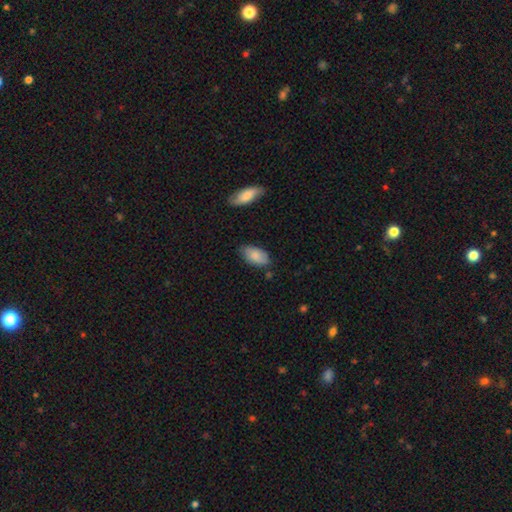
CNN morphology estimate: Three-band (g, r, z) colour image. It shows a smooth galaxy with no disk features (83%) that is in between round and cigar-shaped (94%). Merging: none (75%).